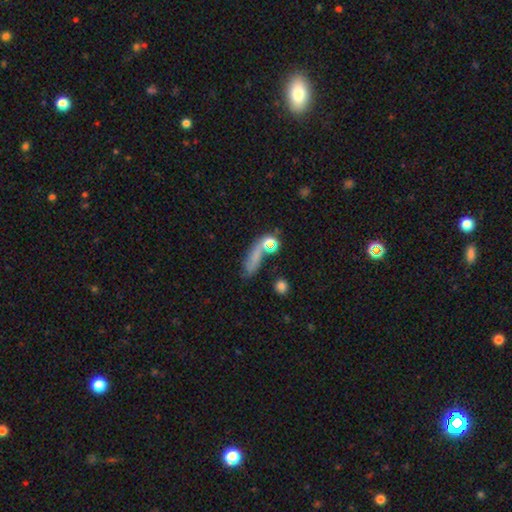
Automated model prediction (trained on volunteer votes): smooth 60%, featured or disk 24%, star or artifact 16%. Down the decision tree: how rounded — cigar-shaped (39%); merging — none (38%).